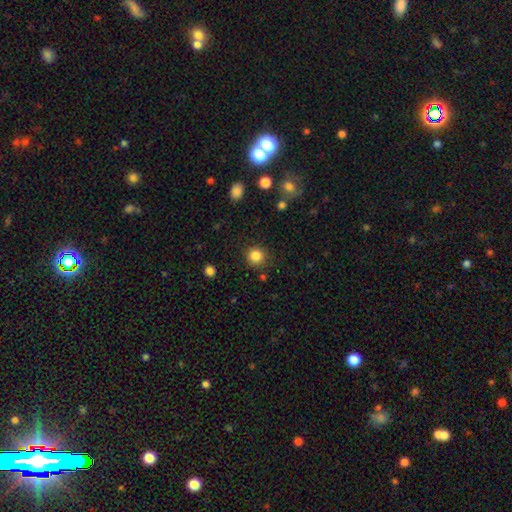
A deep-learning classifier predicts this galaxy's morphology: smooth 85%, star or artifact 11%, featured or disk 4%. Down the decision tree: how rounded — round (93%); merging — none (90%).